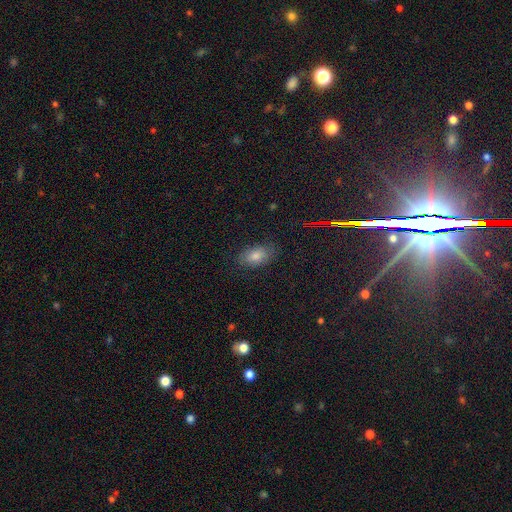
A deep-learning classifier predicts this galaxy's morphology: Smooth or featured?
  - smooth: 68% *
  - star or artifact: 20%
  - featured or disk: 11%
How rounded?
  - in between: 88% *
  - round: 10%
  - cigar-shaped: 3%
Merging?
  - none: 82% *
  - minor disturbance: 13%
  - major disturbance: 3%
  - merger: 1%